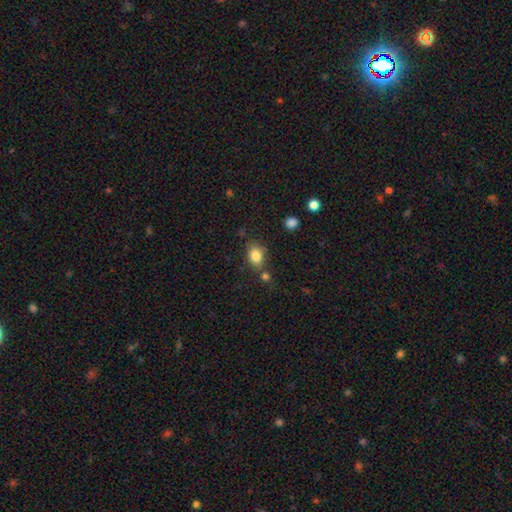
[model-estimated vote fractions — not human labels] Q: Smooth or featured?
A: smooth (83%); runner-up: star or artifact (9%)
Q: How rounded?
A: in between (75%); runner-up: round (24%)
Q: Merging?
A: none (67%); runner-up: minor disturbance (16%)